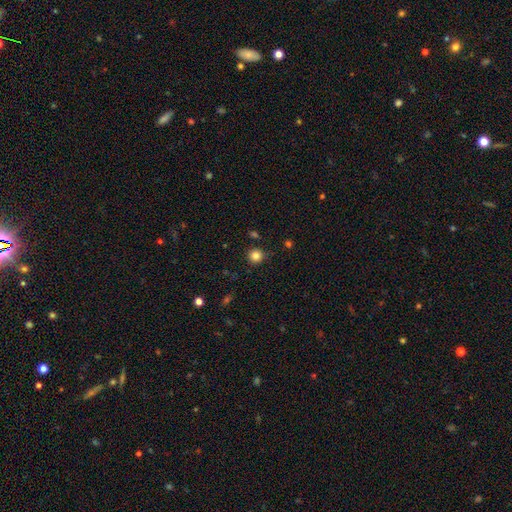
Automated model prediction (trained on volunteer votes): This appears to be a smooth galaxy with no disk features (84%) that is round (93%). Merging: none (88%).